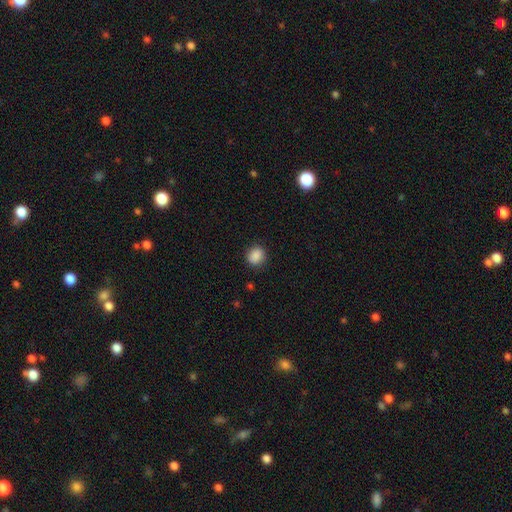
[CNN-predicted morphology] A smooth galaxy with no disk features (88%) that is round (74%). Merging: none (86%).